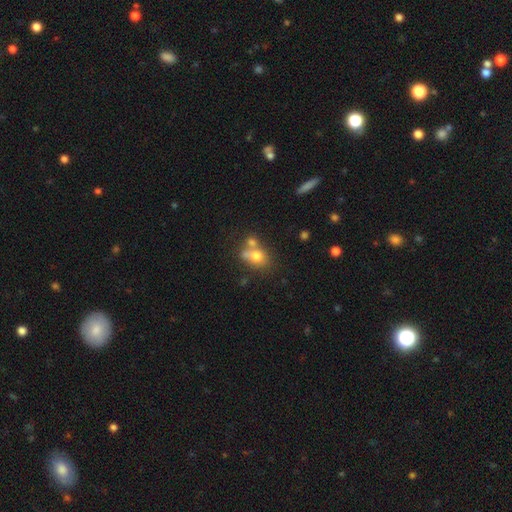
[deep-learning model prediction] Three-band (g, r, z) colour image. It shows a smooth galaxy with no disk features (70%) that is round (50%). Merging: merger (46%).